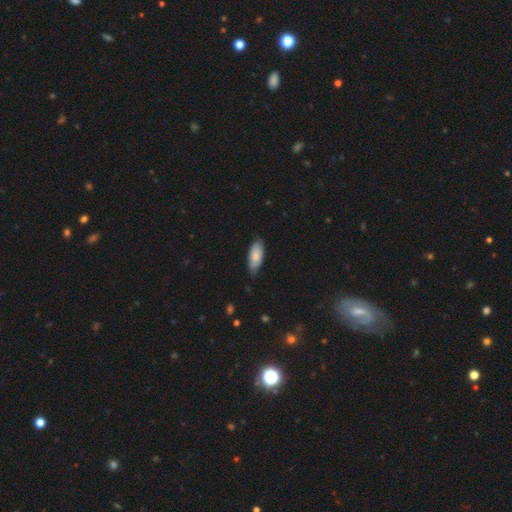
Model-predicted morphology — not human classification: This appears to be a smooth galaxy with no disk features (80%) that is in between round and cigar-shaped (83%). Merging: none (75%).